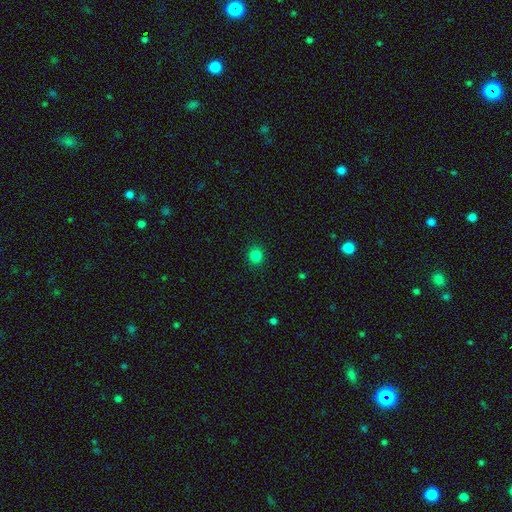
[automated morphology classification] Q: Smooth or featured?
A: smooth (83%); runner-up: star or artifact (14%)
Q: How rounded?
A: round (87%); runner-up: in between (12%)
Q: Merging?
A: none (91%); runner-up: minor disturbance (6%)